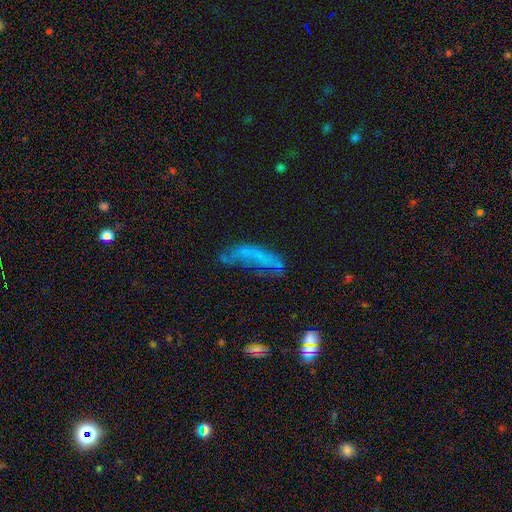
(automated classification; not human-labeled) This is marginally a smooth galaxy (45%). Merging: marginally major disturbance (40%).